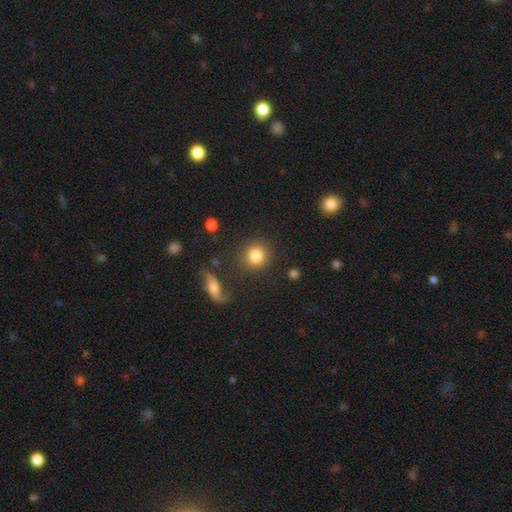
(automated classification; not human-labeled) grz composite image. It shows a smooth galaxy with no disk features (84%) that is round (90%). Merging: none (82%).